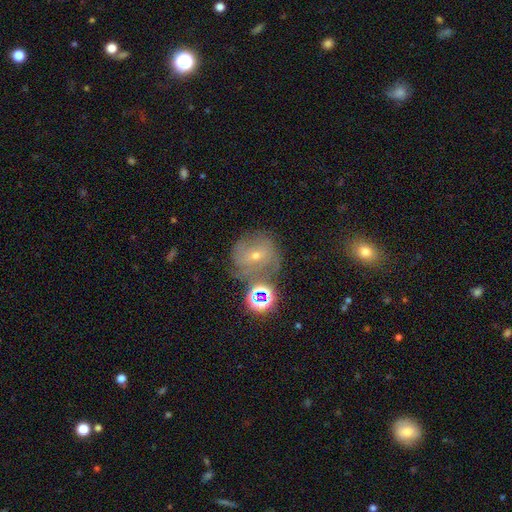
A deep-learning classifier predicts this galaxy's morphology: smooth-or-featured: featured or disk: 52% | star or artifact: 24% | smooth: 24%
  disk-edge-on: no: 95% | yes: 5%
  merging: none: 63% | minor disturbance: 17% | merger: 12% | major disturbance: 9%